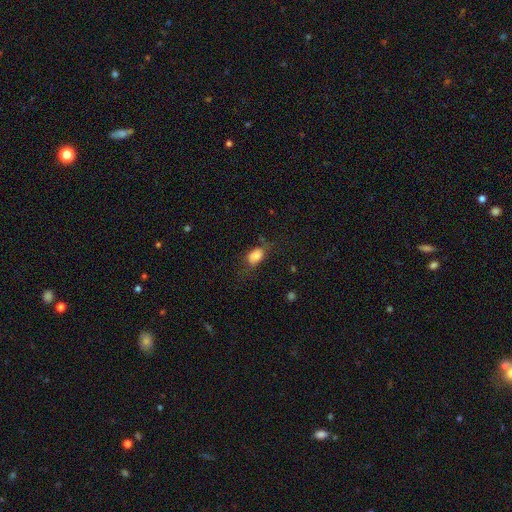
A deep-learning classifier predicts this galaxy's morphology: smooth 80%, featured or disk 10%, star or artifact 10%. Down the decision tree: how rounded — in between (82%); merging — none (52%).